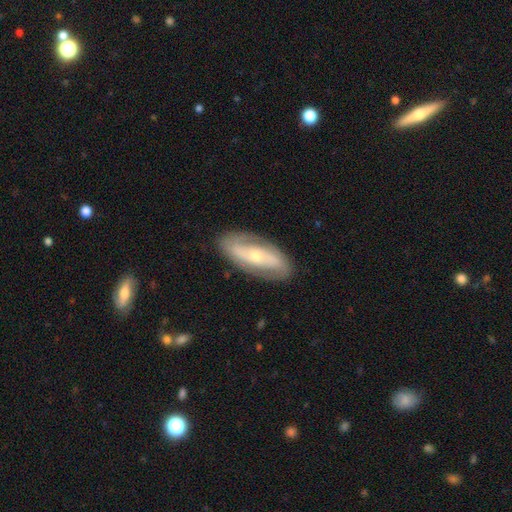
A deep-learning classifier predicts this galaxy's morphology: This is likely a featured or disk galaxy (72%). It is clearly not viewed edge-on (87%). Bar: marginally no (43%). Spiral arm pattern: likely yes (71%). Central bulge: possibly small (56%). Merging: clearly none (83%).